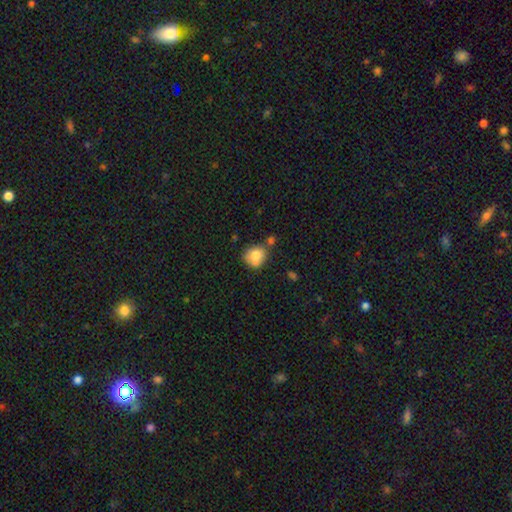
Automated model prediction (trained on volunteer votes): The model was most divided on "merging": none: 43%, merger: 31%, minor disturbance: 19%, major disturbance: 7%. More confident: smooth or featured — smooth (74%); how rounded — round (69%).